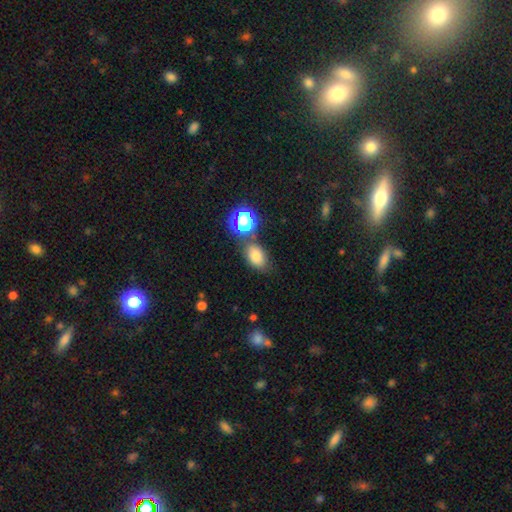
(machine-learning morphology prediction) type=smooth (75%); roundness=in between (78%); merging=none (69%).